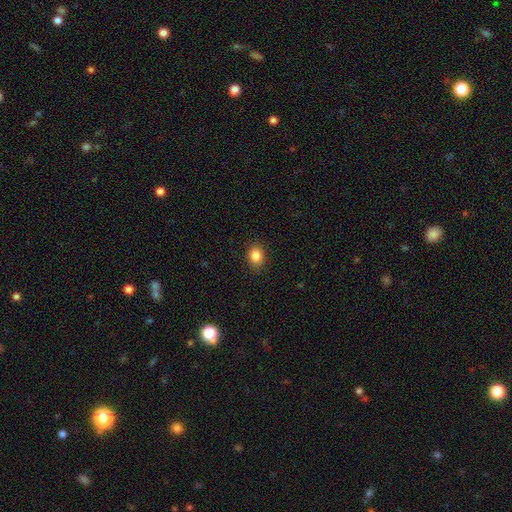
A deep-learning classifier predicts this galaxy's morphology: This appears to be a smooth galaxy with no disk features (85%) that is round (51%). Merging: none (88%).